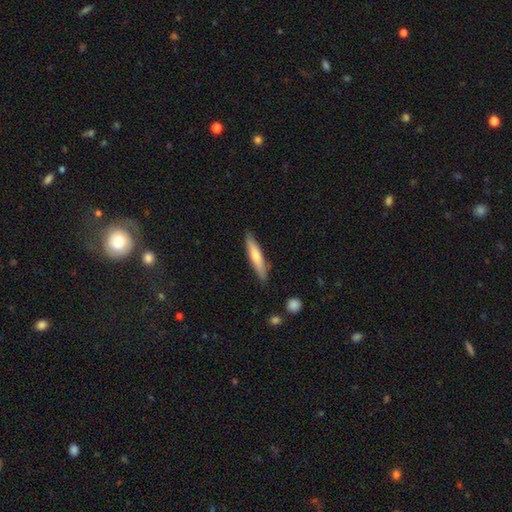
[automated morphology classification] smooth-or-featured: smooth: 55% | featured or disk: 39% | star or artifact: 6%
  how-rounded: cigar-shaped: 88% | in between: 10% | round: 1%
  merging: none: 87% | minor disturbance: 10% | major disturbance: 2% | merger: 2%